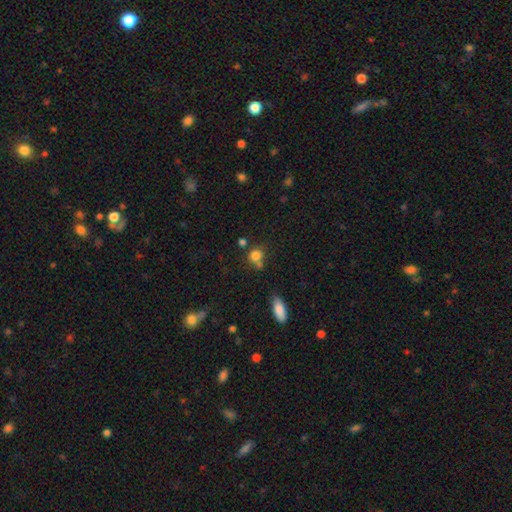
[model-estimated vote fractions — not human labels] A smooth galaxy with no disk features (79%) that is round (78%). Merging: none (54%).